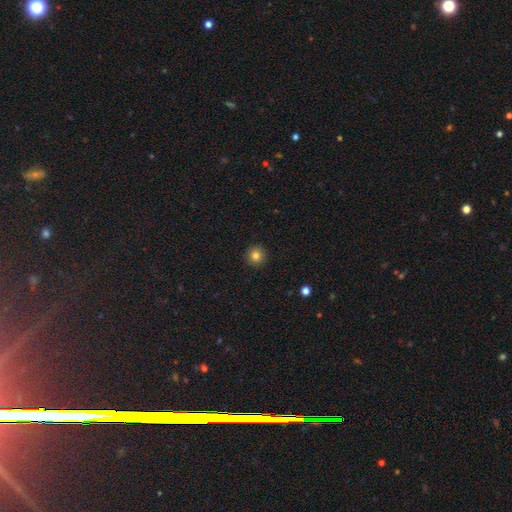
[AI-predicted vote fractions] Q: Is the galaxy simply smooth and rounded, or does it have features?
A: smooth — 83%.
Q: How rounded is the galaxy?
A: round — 95%.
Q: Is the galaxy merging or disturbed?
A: none — 93%.